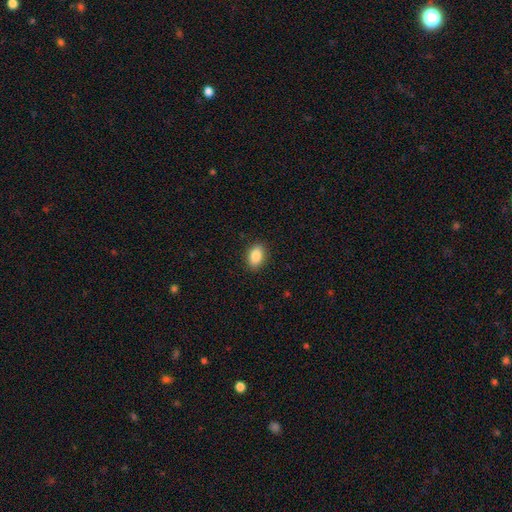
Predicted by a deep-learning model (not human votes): This is clearly a smooth galaxy (87%). How rounded: clearly in between (87%). Merging: clearly none (89%).